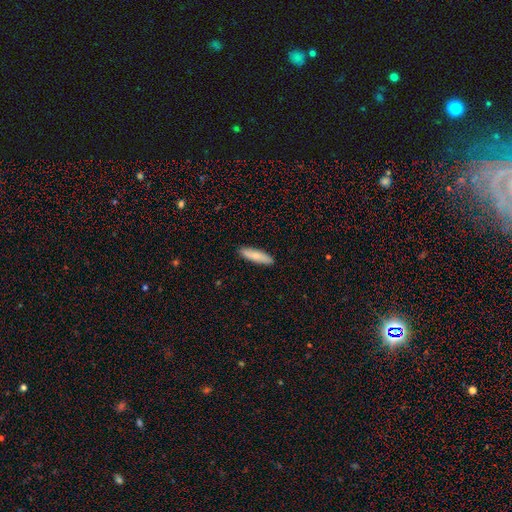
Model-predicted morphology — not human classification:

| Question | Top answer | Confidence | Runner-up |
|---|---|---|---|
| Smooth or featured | smooth | 83% | featured or disk (12%) |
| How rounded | cigar-shaped | 72% | in between (27%) |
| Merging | none | 90% | minor disturbance (7%) |